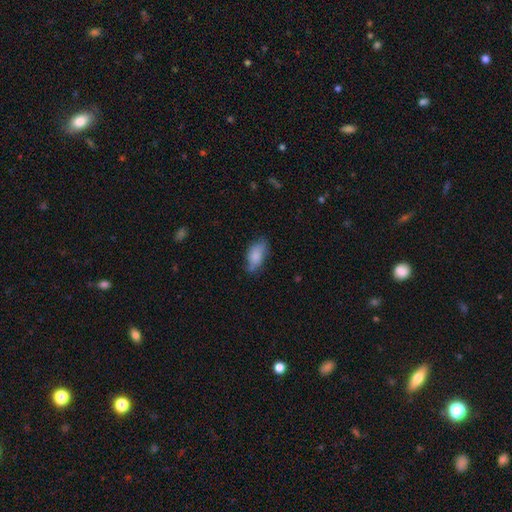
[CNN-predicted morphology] Smooth or featured?
  - smooth: 79% *
  - featured or disk: 14%
  - star or artifact: 7%
How rounded?
  - in between: 90% *
  - cigar-shaped: 6%
  - round: 4%
Merging?
  - none: 60% *
  - minor disturbance: 29%
  - major disturbance: 8%
  - merger: 2%